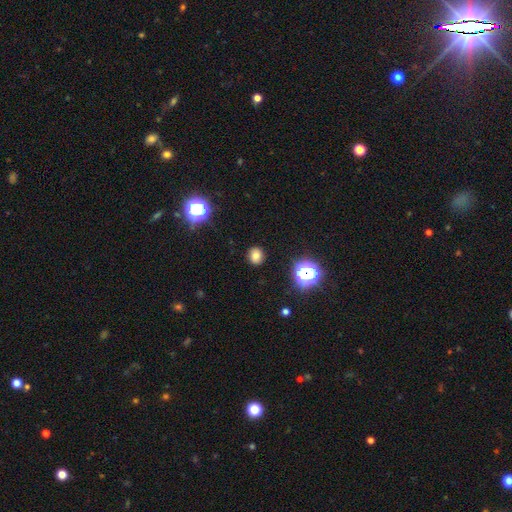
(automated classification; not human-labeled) smooth_or_featured: smooth (p=0.77) [alt: star or artifact p=0.17]
how_rounded: round (p=0.73) [alt: in between p=0.26]
merging: none (p=0.89) [alt: minor disturbance p=0.08]